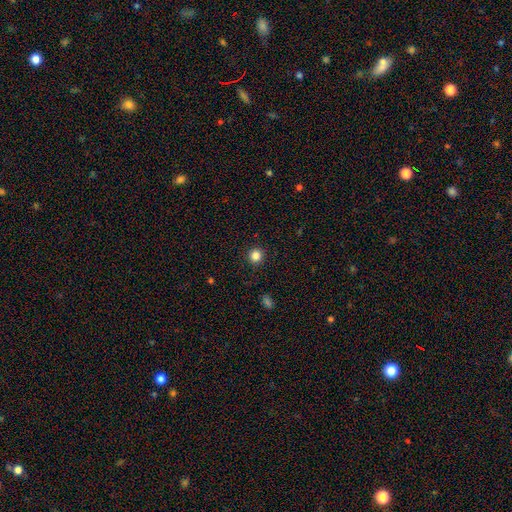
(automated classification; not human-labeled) Smooth or featured: smooth — 84% (star or artifact — 12%)
How rounded: round — 94% (in between — 5%)
Merging: none — 92% (minor disturbance — 5%)